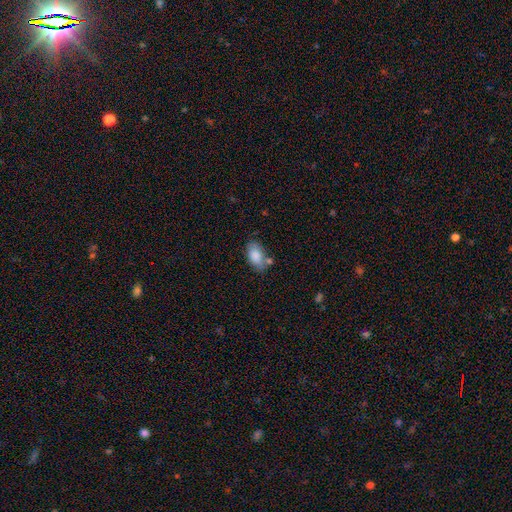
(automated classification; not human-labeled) Smooth or featured? smooth (83%)
How rounded? in between (92%)
Merging? none (62%)